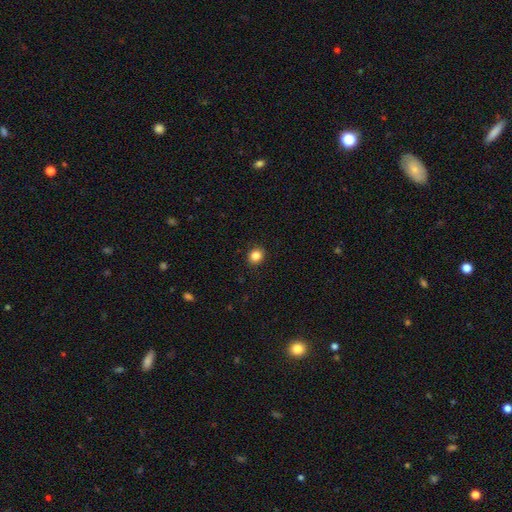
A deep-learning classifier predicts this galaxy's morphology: Smooth or featured: smooth — 85% (star or artifact — 11%)
How rounded: round — 78% (in between — 22%)
Merging: none — 91% (minor disturbance — 6%)